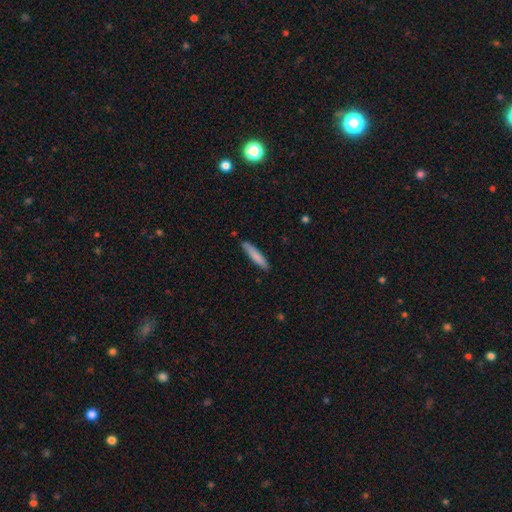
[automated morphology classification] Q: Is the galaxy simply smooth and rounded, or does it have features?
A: smooth — 81%.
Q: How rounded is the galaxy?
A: cigar-shaped — 91%.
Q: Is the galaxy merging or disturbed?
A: none — 86%.